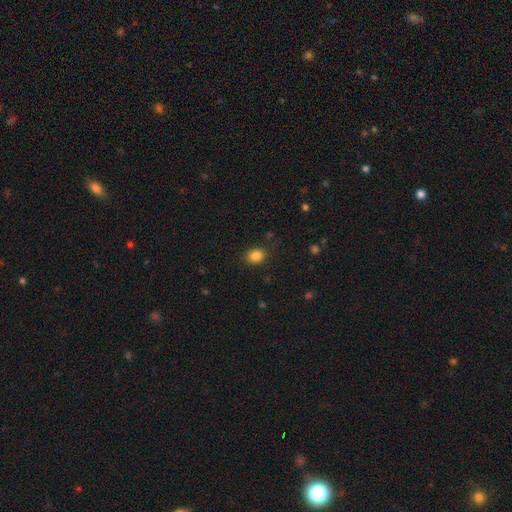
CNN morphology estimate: This is clearly a smooth galaxy (85%). How rounded: possibly in between (55%). Merging: clearly none (85%).